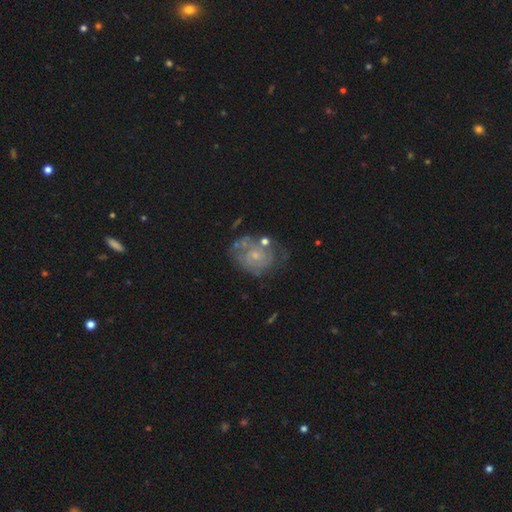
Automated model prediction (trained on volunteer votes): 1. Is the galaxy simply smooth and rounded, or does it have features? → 76% featured or disk, 17% smooth, 7% star or artifact.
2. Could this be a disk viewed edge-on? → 98% no, 2% yes.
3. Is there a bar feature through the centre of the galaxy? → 78% no, 19% weak, 3% strong.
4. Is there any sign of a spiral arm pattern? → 83% yes, 17% no.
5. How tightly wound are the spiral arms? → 66% tight, 25% medium, 9% loose.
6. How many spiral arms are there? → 45% can't tell, 29% 2, 11% 3, 6% 1, 5% 4, 4% more than 4.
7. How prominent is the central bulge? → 74% small, 19% moderate, 5% none, 1% large, 1% dominant.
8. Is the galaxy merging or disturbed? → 50% none, 24% minor disturbance, 18% major disturbance, 8% merger.